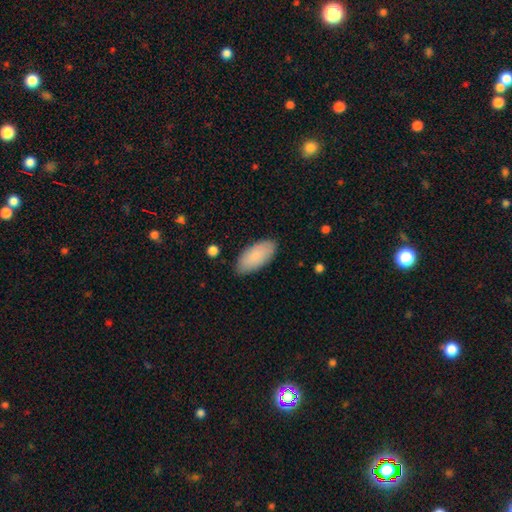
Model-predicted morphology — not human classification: The model was most divided on "merging": none: 85%, minor disturbance: 12%, major disturbance: 2%, merger: 1%. More confident: how rounded — in between (93%); smooth or featured — smooth (85%).